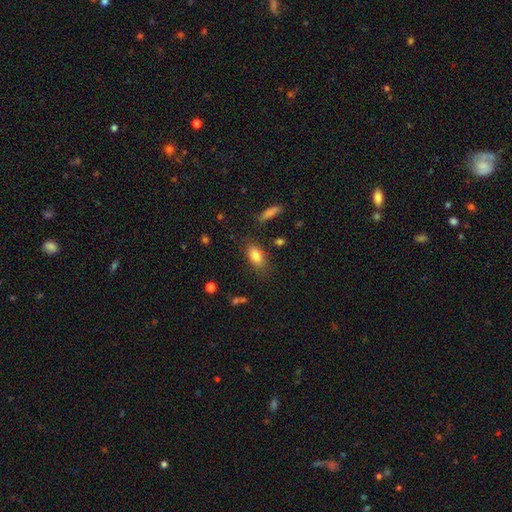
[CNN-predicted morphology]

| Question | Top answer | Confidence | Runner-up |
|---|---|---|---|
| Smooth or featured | smooth | 82% | featured or disk (9%) |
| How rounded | in between | 87% | cigar-shaped (7%) |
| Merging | none | 77% | minor disturbance (15%) |